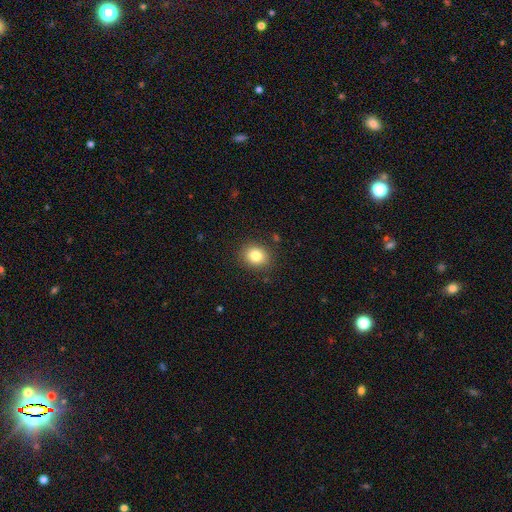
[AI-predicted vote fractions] The model was most divided on "how rounded": round: 65%, in between: 34%, cigar-shaped: 1%. More confident: merging — none (87%); smooth or featured — smooth (82%).